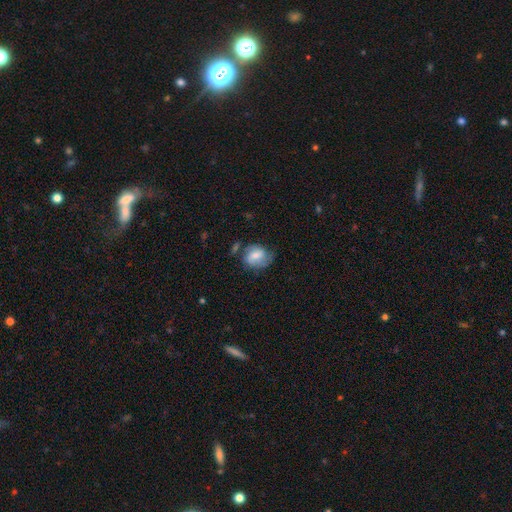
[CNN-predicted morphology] Smooth or featured?
  - smooth: 55% *
  - featured or disk: 37%
  - star or artifact: 8%
How rounded?
  - round: 50% *
  - in between: 49%
  - cigar-shaped: 1%
Merging?
  - none: 50% *
  - minor disturbance: 29%
  - major disturbance: 13%
  - merger: 8%